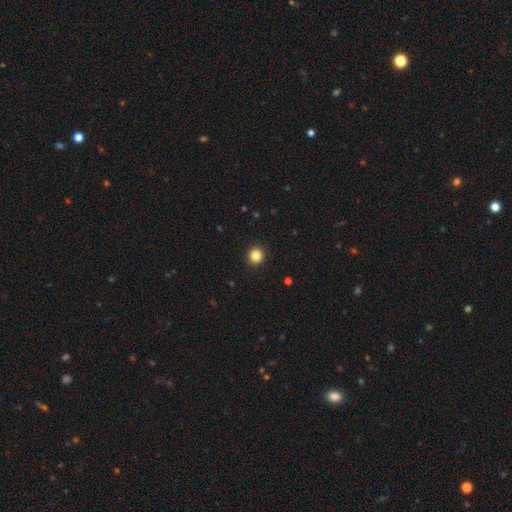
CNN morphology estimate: Smooth or featured: smooth — 85% (star or artifact — 11%)
How rounded: round — 91% (in between — 8%)
Merging: none — 93% (minor disturbance — 4%)